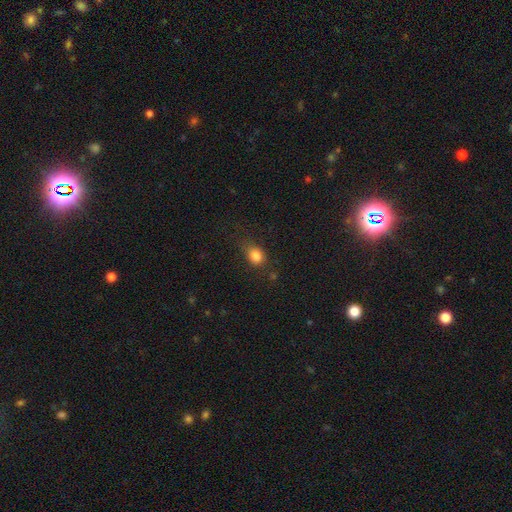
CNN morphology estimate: The model was most divided on "how rounded": in between: 55%, round: 43%, cigar-shaped: 2%. More confident: smooth or featured — smooth (83%); merging — none (66%).